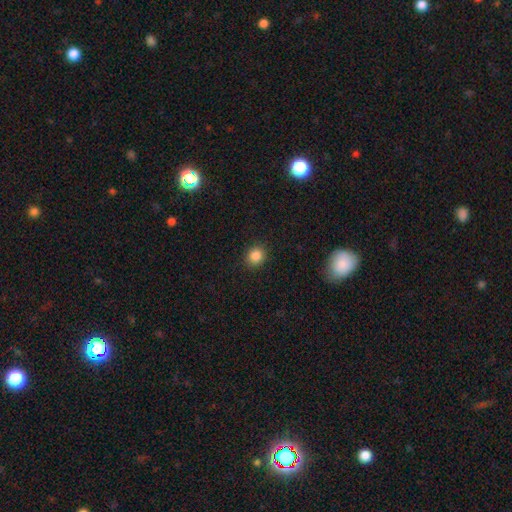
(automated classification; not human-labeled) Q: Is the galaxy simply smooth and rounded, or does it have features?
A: smooth — 85%.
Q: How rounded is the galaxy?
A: round — 82%.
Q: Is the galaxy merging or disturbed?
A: none — 90%.